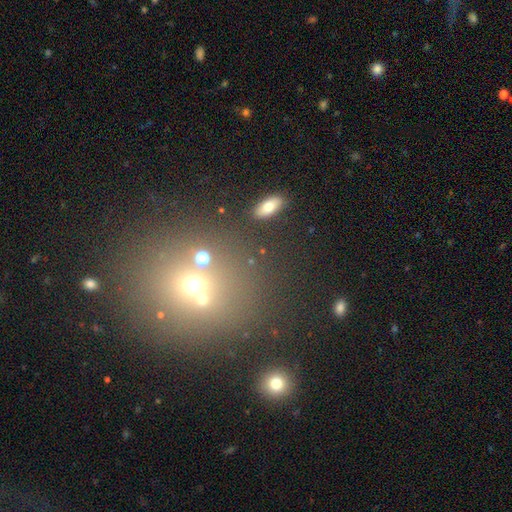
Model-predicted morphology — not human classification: Smooth or featured? smooth (42%)
Merging? none (62%)